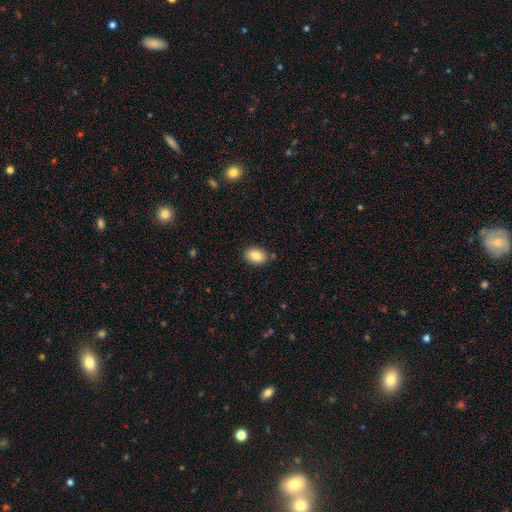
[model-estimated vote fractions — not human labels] Smooth or featured? Predicted: smooth (p=0.86). How rounded? Predicted: in between (p=0.84). Merging? Predicted: none (p=0.83).